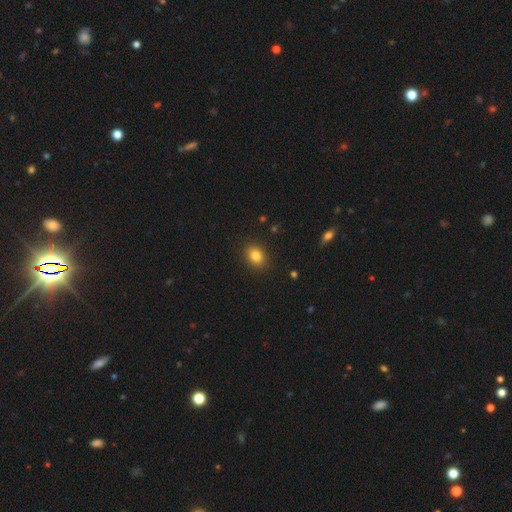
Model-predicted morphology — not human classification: This is clearly a smooth galaxy (83%). How rounded: possibly in between (55%). Merging: clearly none (89%).